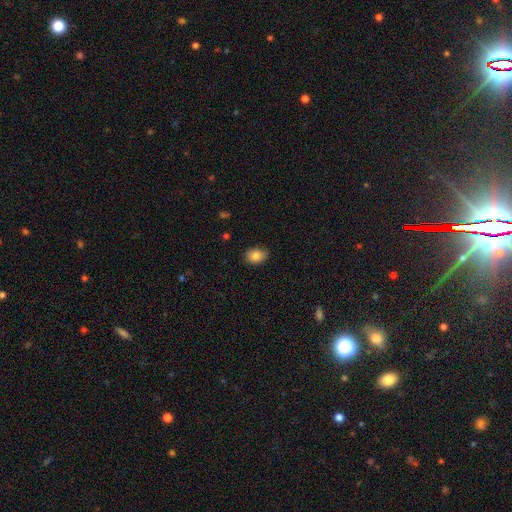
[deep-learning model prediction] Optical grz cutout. It shows a smooth galaxy with no disk features (84%) that is in between round and cigar-shaped (64%). Merging: none (83%).